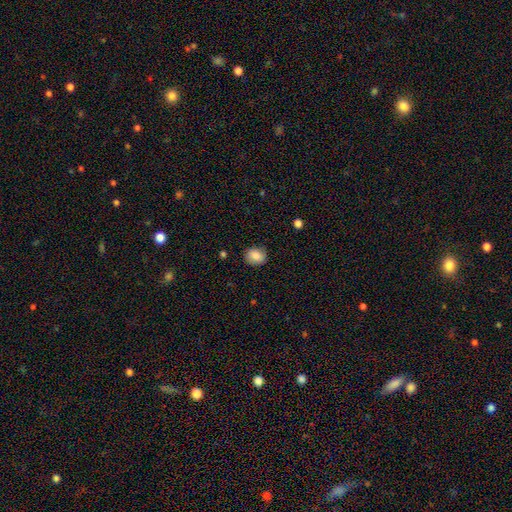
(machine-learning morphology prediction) Smooth or featured? Predicted: smooth (p=0.82). How rounded? Predicted: round (p=0.63). Merging? Predicted: none (p=0.82).